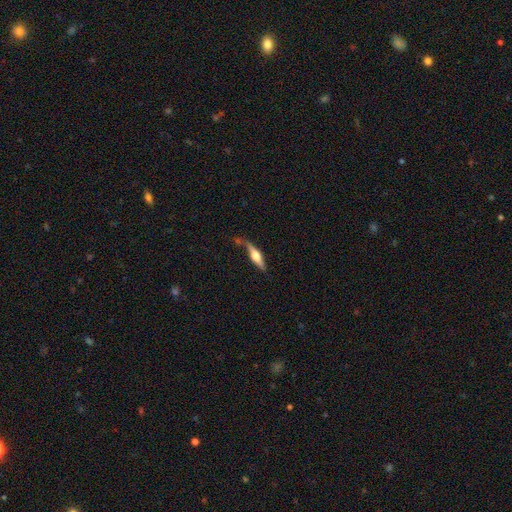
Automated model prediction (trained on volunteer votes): featured or disk 56%, smooth 38%, star or artifact 6%. Down the decision tree: edge-on disk — yes (91%); edge-on bulge — rounded (90%); merging — none (53%).